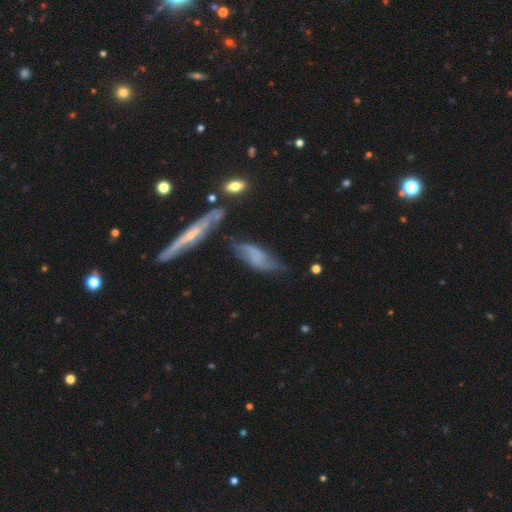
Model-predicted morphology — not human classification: Q: Smooth or featured?
A: featured or disk (54%); runner-up: smooth (37%)
Q: Edge-on disk?
A: no (70%); runner-up: yes (30%)
Q: Merging?
A: none (47%); runner-up: minor disturbance (29%)